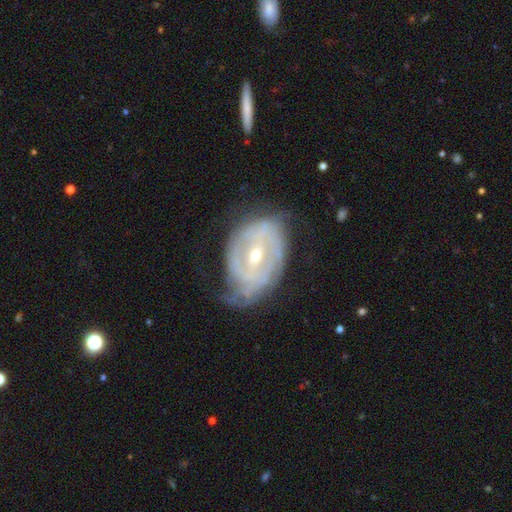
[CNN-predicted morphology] This is clearly a featured or disk galaxy (82%). It is clearly not viewed edge-on (95%). Bar: possibly weak (48%). Spiral arm pattern: clearly yes (84%). Spiral arm count: marginally can't tell (43%). Spiral winding: likely tight (64%). Central bulge: possibly small (51%). Merging: possibly none (52%).